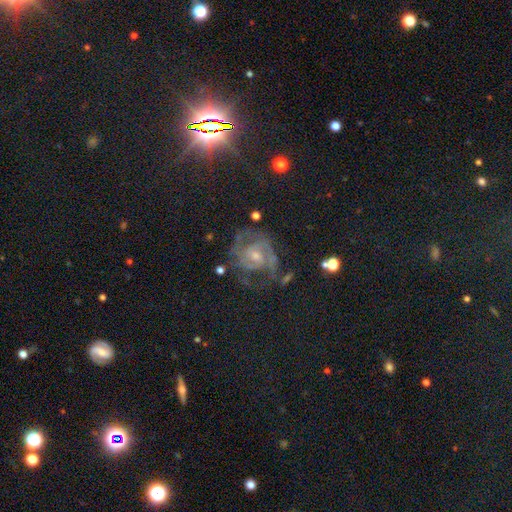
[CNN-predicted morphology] Smooth or featured: featured or disk — 69% (star or artifact — 17%)
Edge-on disk: no — 97% (yes — 3%)
Bar: no — 59% (weak — 33%)
Spiral arms: yes — 84% (no — 16%)
Spiral winding: tight — 43% (tied with medium — 43%)
Spiral arm count: 2 — 38% (can't tell — 32%)
Bulge size: small — 49% (moderate — 43%)
Merging: none — 54% (minor disturbance — 21%)